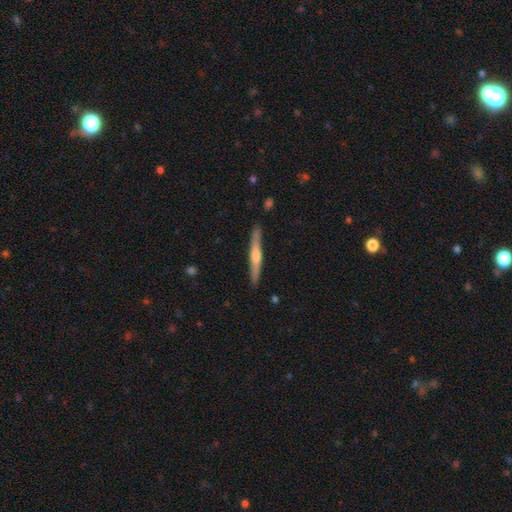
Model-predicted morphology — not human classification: Overall: featured or disk (57%; smooth 38%). Edge-on disk: yes (97%). Edge-on bulge: rounded (73%). Merging: none (89%).